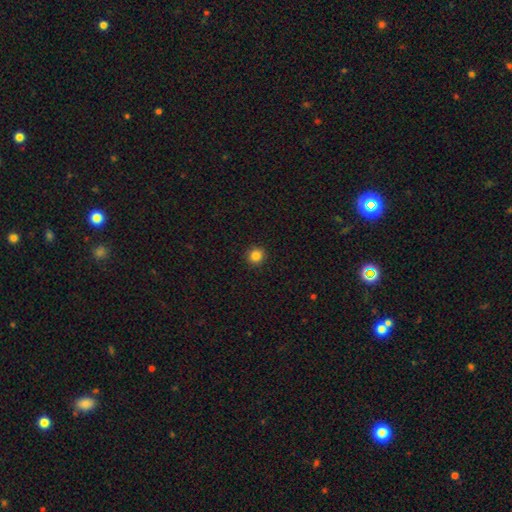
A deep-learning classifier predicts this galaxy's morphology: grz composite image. It shows a smooth galaxy with no disk features (85%) that is round (94%). Merging: none (93%).